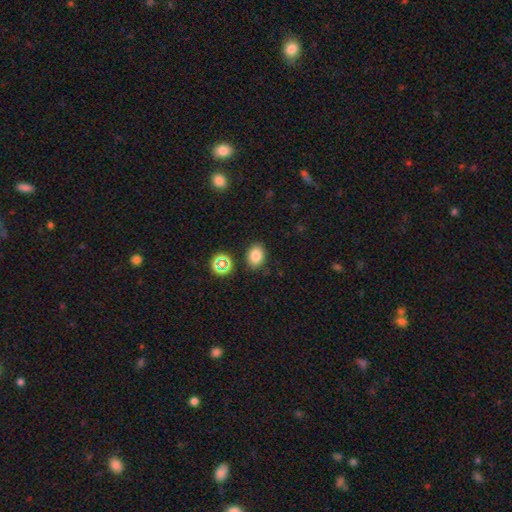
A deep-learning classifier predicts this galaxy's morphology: A smooth galaxy with no disk features (80%) that is in between round and cigar-shaped (67%). Merging: none (84%).